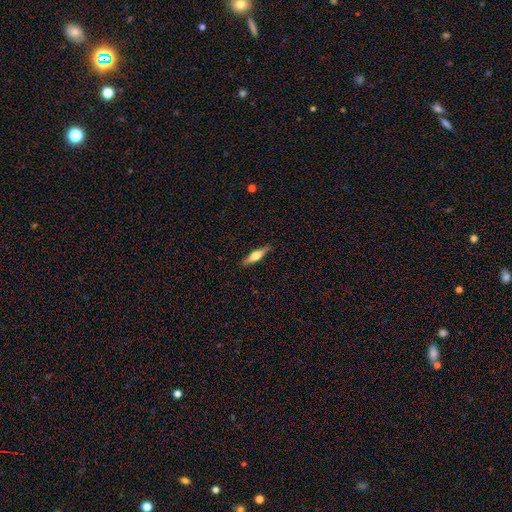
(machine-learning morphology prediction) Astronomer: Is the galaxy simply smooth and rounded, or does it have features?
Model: featured or disk — 52% (runner-up: smooth, 42%).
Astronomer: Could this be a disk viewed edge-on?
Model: yes — 96%.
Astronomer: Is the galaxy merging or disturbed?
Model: none — 88%.